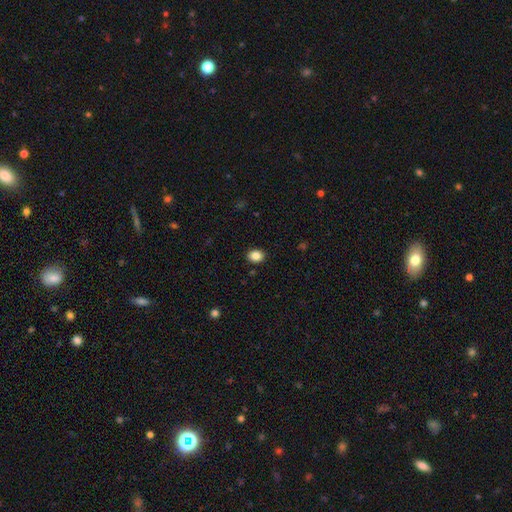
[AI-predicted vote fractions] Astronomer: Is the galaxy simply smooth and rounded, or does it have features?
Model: smooth — 85%.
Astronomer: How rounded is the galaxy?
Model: round — 52% (runner-up: in between, 48%).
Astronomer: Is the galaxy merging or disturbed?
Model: none — 90%.